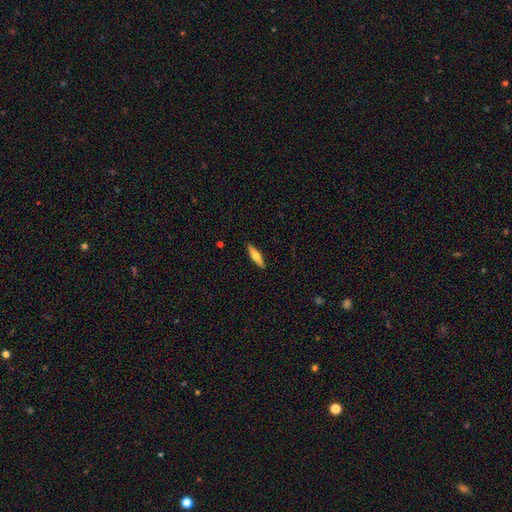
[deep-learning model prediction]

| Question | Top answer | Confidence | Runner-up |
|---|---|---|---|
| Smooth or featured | smooth | 50% | featured or disk (44%) |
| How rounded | cigar-shaped | 69% | in between (29%) |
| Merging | none | 90% | minor disturbance (8%) |